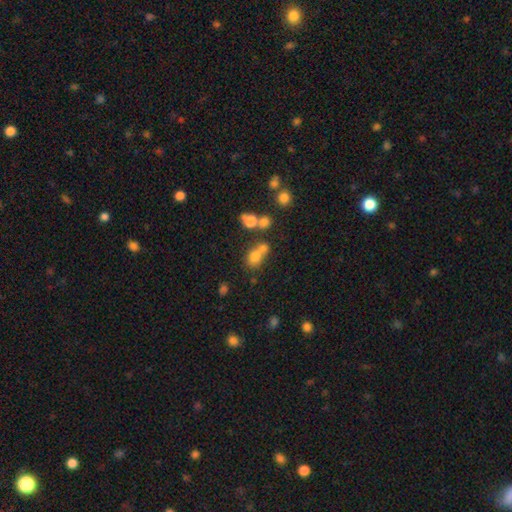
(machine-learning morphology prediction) Smooth or featured? Predicted: smooth (p=0.70). How rounded? Predicted: round (p=0.59). Merging? Predicted: merger (p=0.45).